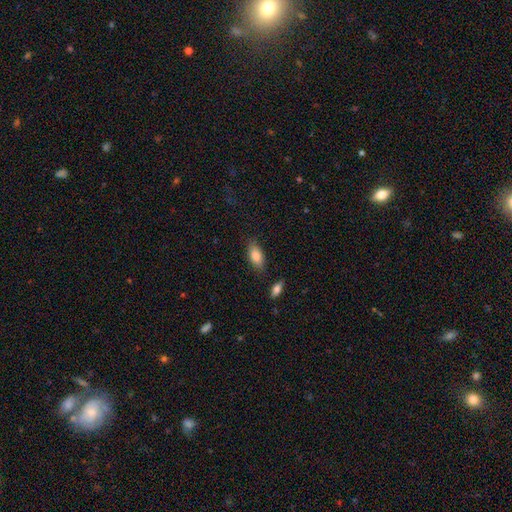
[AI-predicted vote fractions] The model was most divided on "merging": none: 81%, minor disturbance: 13%, major disturbance: 3%, merger: 3%. More confident: how rounded — in between (89%); smooth or featured — smooth (85%).